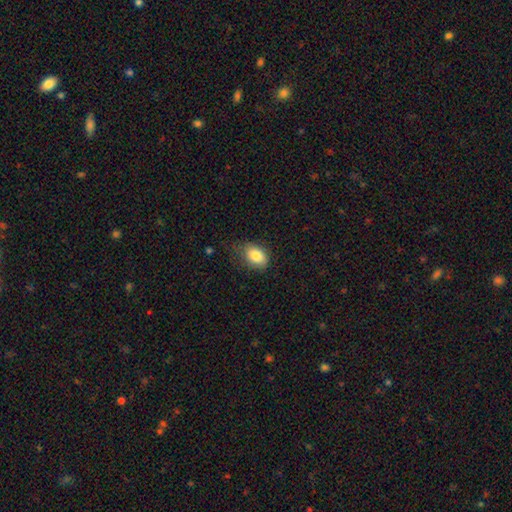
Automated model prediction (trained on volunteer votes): A smooth galaxy with no disk features (83%) that is in between round and cigar-shaped (85%).

Vote fractions:
- Smooth or featured? smooth: 83% / featured or disk: 9% / star or artifact: 8%
- How rounded? in between: 85% / round: 13% / cigar-shaped: 1%
- Merging? none: 59% / minor disturbance: 29% / major disturbance: 10% / merger: 1%